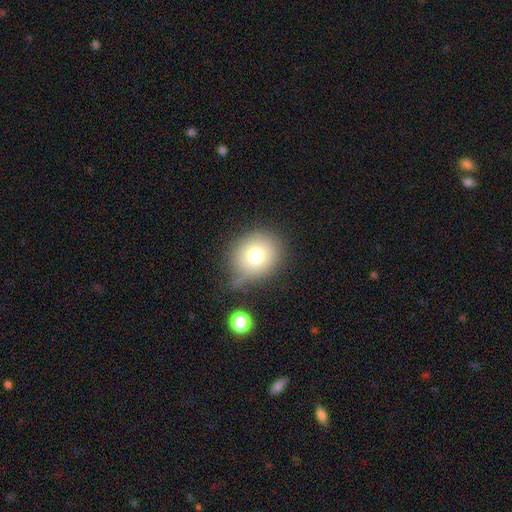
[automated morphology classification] This appears to be a smooth galaxy with no disk features (73%) that is round (79%). Merging: none (66%).